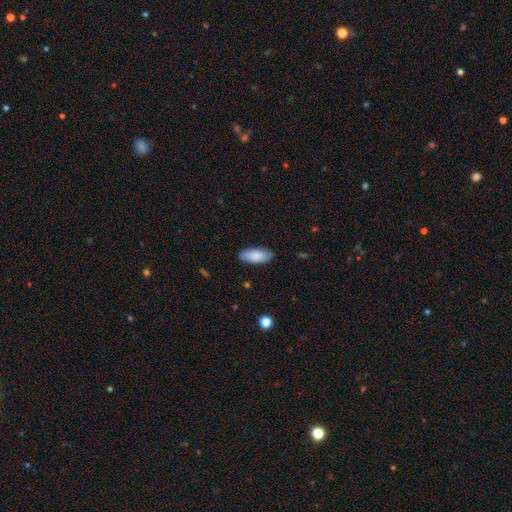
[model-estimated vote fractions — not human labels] Smooth or featured: smooth — 82% (featured or disk — 12%)
How rounded: in between — 87% (cigar-shaped — 11%)
Merging: none — 84% (minor disturbance — 13%)